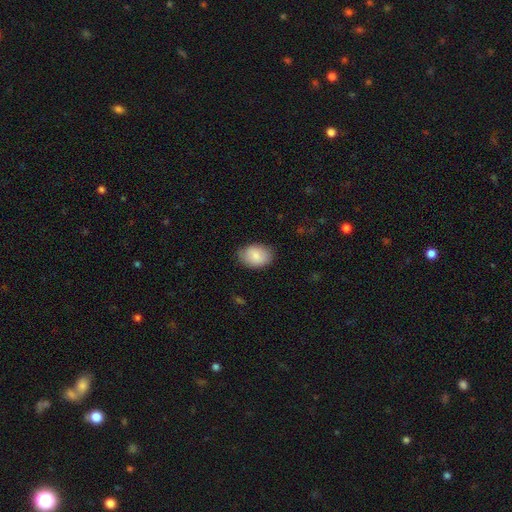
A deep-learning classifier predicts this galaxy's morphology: type=smooth (85%); roundness=in between (77%); merging=none (76%).